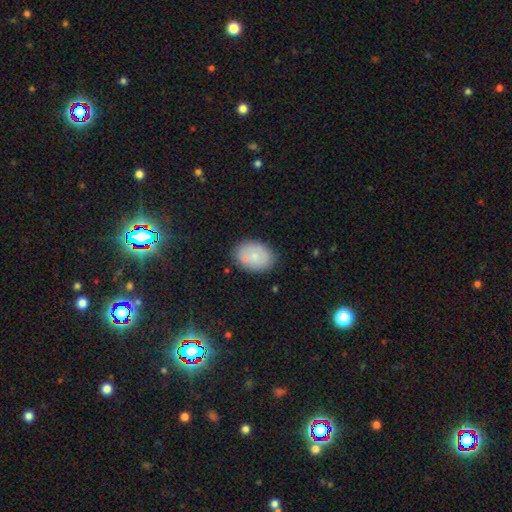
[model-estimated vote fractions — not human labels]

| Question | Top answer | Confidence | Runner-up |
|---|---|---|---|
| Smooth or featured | smooth | 73% | featured or disk (20%) |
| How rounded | in between | 81% | round (18%) |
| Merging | none | 75% | minor disturbance (15%) |